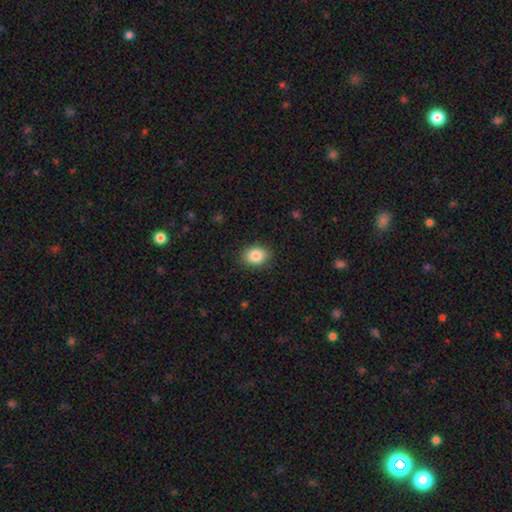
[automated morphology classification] type=smooth (86%); roundness=in between (58%); merging=none (88%).